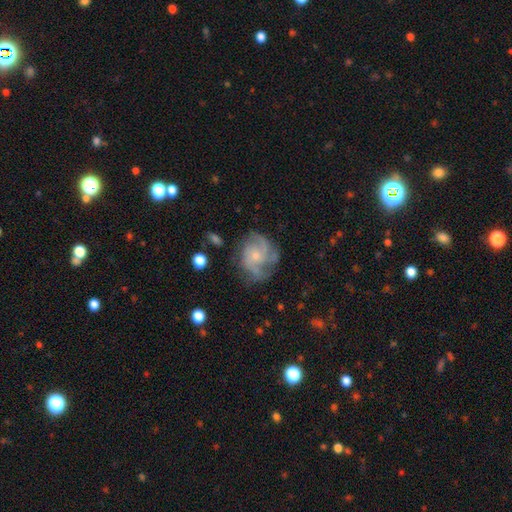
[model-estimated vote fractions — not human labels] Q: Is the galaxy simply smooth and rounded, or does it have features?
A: featured or disk — 77%.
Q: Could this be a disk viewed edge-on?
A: no — 98%.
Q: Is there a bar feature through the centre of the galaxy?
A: no — 74%.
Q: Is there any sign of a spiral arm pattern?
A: yes — 92%.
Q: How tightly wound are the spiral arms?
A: medium — 47%.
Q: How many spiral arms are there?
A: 3 — 37%.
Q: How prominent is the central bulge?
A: small — 63%.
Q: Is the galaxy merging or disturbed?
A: none — 64%.